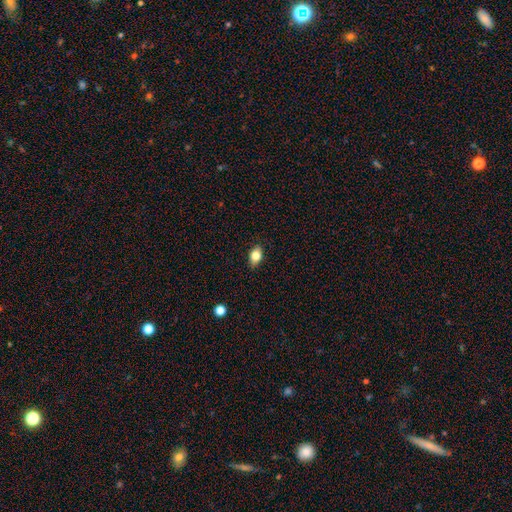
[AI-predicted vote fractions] The model was most divided on "how rounded": in between: 81%, round: 16%, cigar-shaped: 3%. More confident: merging — none (86%); smooth or featured — smooth (79%).